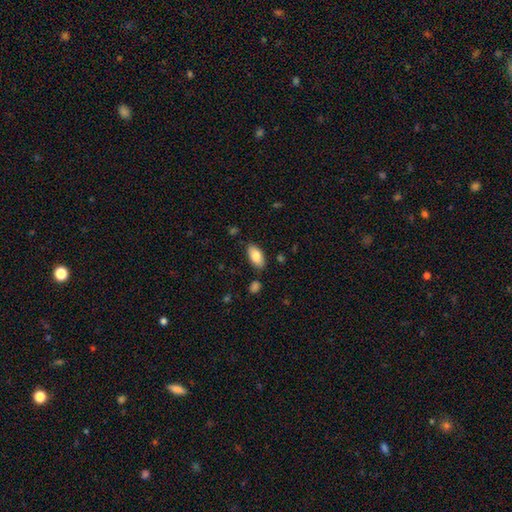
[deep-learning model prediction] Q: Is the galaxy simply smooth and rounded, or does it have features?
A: smooth — 82%.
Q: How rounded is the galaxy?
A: in between — 93%.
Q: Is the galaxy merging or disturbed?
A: none — 84%.